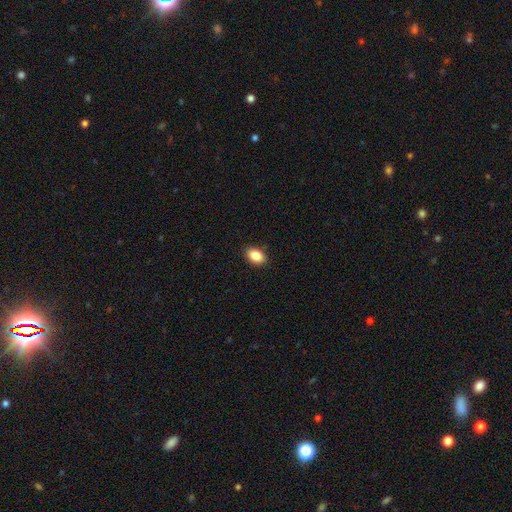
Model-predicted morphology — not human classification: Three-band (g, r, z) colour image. It shows a smooth galaxy with no disk features (87%) that is in between round and cigar-shaped (86%). Merging: none (89%).